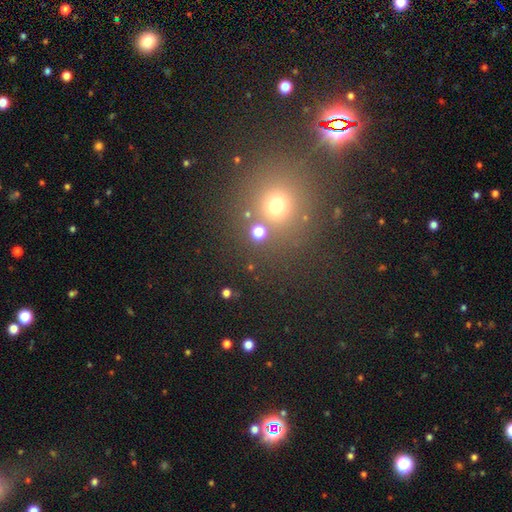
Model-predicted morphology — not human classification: Smooth or featured: star or artifact — 49% (smooth — 42%)